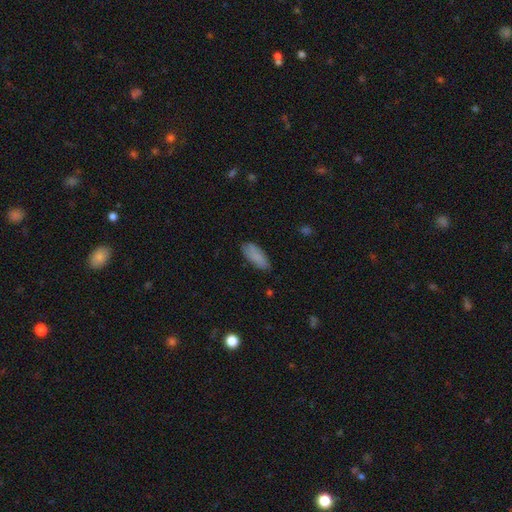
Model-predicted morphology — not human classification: A smooth galaxy with no disk features (84%) that is in between round and cigar-shaped (78%). Merging: none (80%).